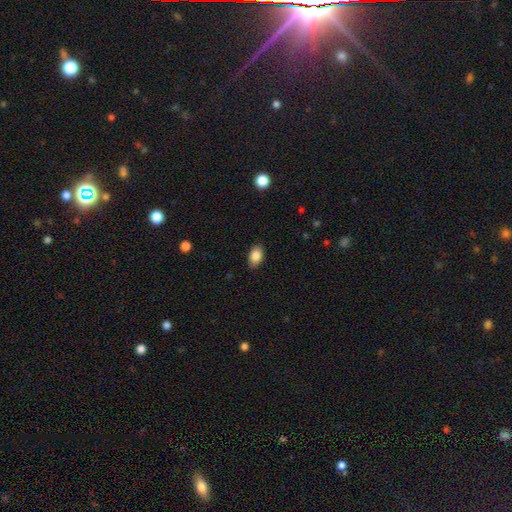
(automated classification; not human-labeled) Smooth or featured: smooth — 86% (star or artifact — 8%)
How rounded: in between — 89% (round — 9%)
Merging: none — 87% (minor disturbance — 10%)